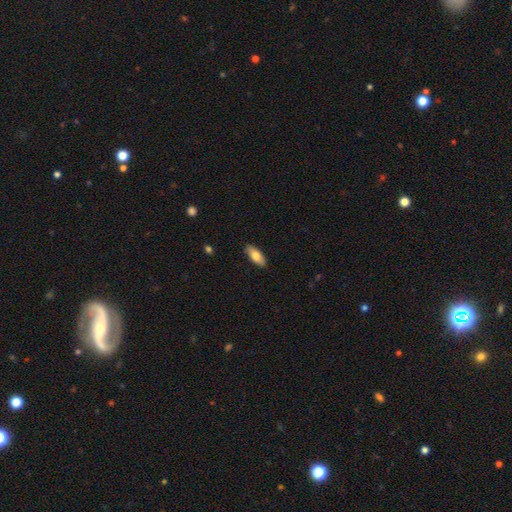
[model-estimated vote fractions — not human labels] A smooth galaxy with no disk features (78%) that is in between round and cigar-shaped (80%).

Vote fractions:
- Smooth or featured? smooth: 78% / featured or disk: 17% / star or artifact: 6%
- How rounded? in between: 80% / cigar-shaped: 18% / round: 2%
- Merging? none: 88% / minor disturbance: 9% / major disturbance: 2% / merger: 1%